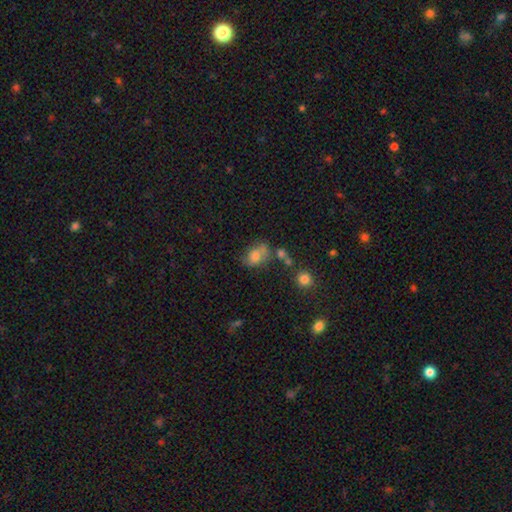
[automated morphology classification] Q: Smooth or featured?
A: smooth (66%); runner-up: featured or disk (19%)
Q: How rounded?
A: in between (73%); runner-up: round (25%)
Q: Merging?
A: none (39%); runner-up: minor disturbance (24%)